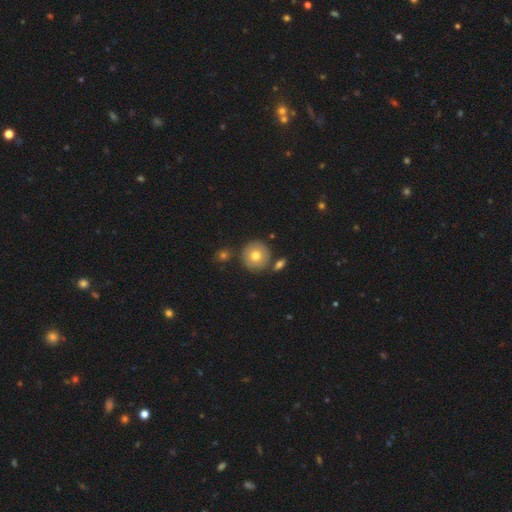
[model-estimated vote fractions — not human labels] smooth-or-featured: smooth: 72% | featured or disk: 19% | star or artifact: 8%
  how-rounded: round: 94% | in between: 5% | cigar-shaped: 1%
  merging: none: 80% | minor disturbance: 9% | merger: 8% | major disturbance: 3%